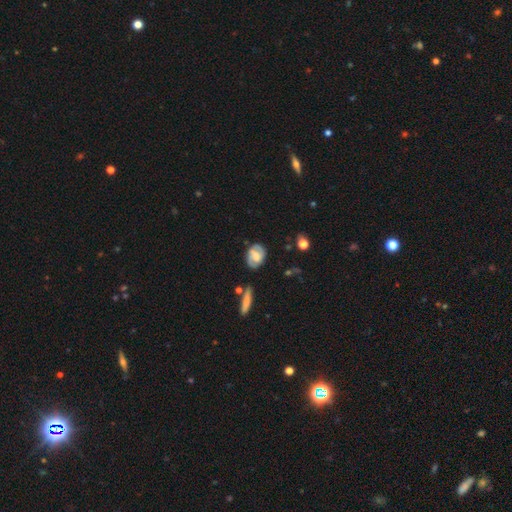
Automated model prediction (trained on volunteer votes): Smooth or featured?
  - featured or disk: 54% *
  - smooth: 39%
  - star or artifact: 7%
Edge-on disk?
  - no: 93% *
  - yes: 7%
Bar?
  - weak: 43% *
  - no: 40%
  - strong: 17%
Spiral arms?
  - yes: 79% *
  - no: 21%
Bulge size?
  - moderate: 34% *
  - none: 22%
  - small: 22%
  - large: 20%
  - dominant: 3%
Merging?
  - none: 73% *
  - minor disturbance: 19%
  - major disturbance: 5%
  - merger: 4%